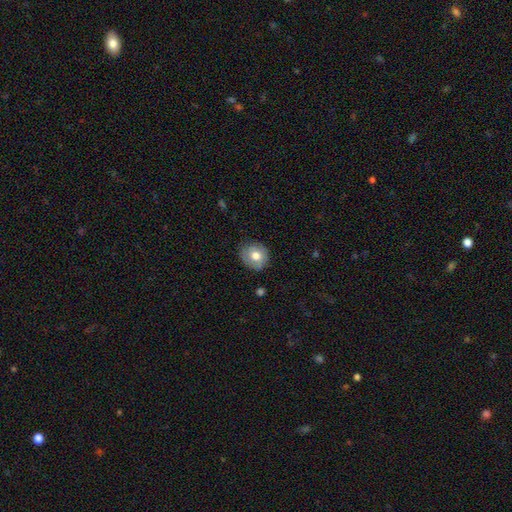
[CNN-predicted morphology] Smooth or featured: smooth — 72% (featured or disk — 20%)
How rounded: round — 79% (in between — 20%)
Merging: none — 80% (minor disturbance — 15%)